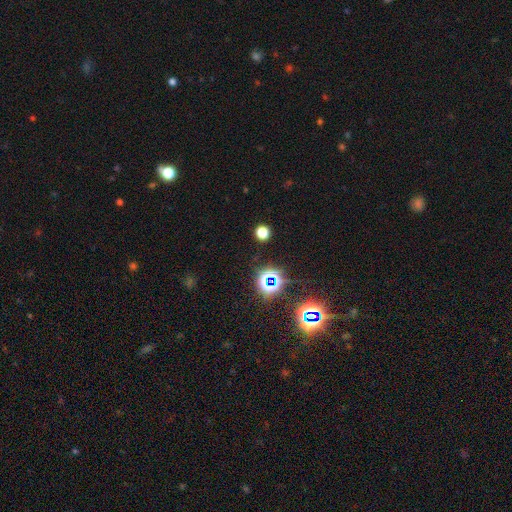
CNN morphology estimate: This is likely a star or artifact rather than a galaxy (74%).